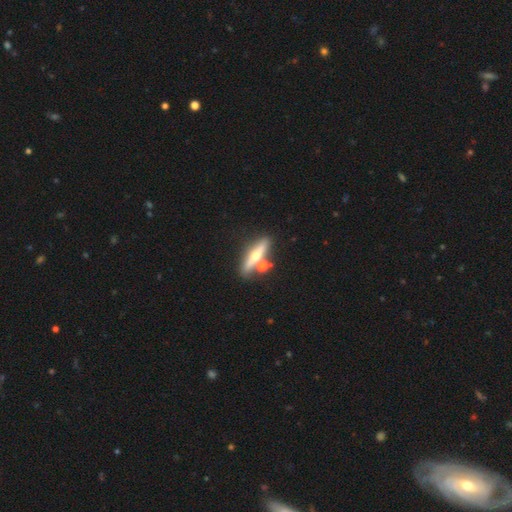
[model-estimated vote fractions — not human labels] A featured or disk galaxy (59%) viewed edge-on (90%) with a rounded central bulge (94%).

Vote fractions:
- Smooth or featured? featured or disk: 59% / smooth: 33% / star or artifact: 8%
- Edge-on disk? yes: 90% / no: 10%
- Edge-on bulge? rounded: 94% / none: 4% / boxy: 2%
- Merging? none: 71% / merger: 17% / minor disturbance: 10% / major disturbance: 3%